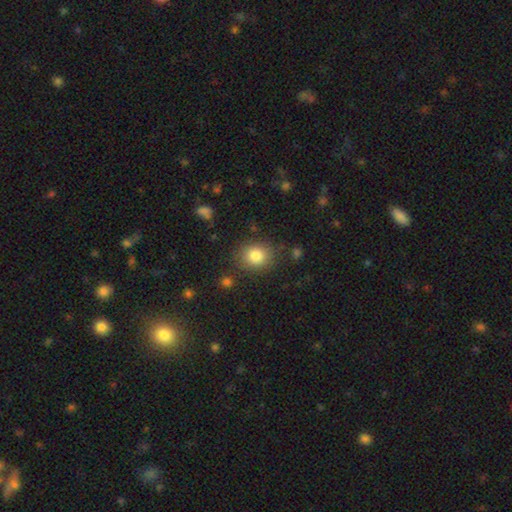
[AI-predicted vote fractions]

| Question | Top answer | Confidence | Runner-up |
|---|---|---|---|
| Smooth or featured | smooth | 83% | star or artifact (10%) |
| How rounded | round | 69% | in between (30%) |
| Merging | none | 83% | minor disturbance (11%) |